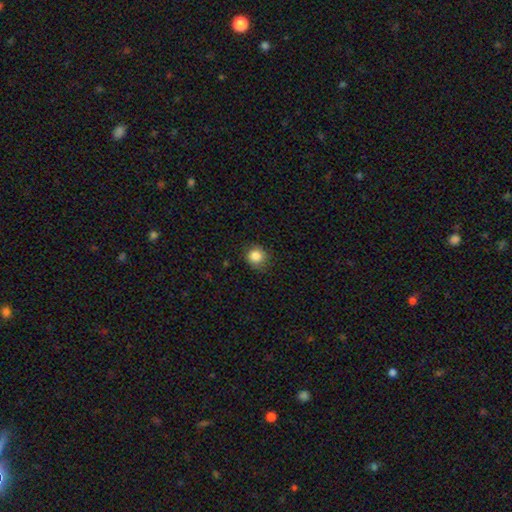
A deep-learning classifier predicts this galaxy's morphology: This appears to be a smooth galaxy with no disk features (85%) that is round (89%). Merging: none (83%).